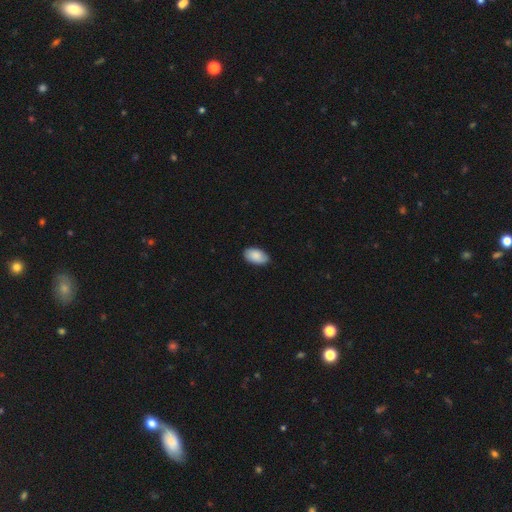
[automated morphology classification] Smooth or featured?
  - smooth: 86% *
  - featured or disk: 8%
  - star or artifact: 6%
How rounded?
  - in between: 94% *
  - round: 4%
  - cigar-shaped: 1%
Merging?
  - none: 84% *
  - minor disturbance: 13%
  - major disturbance: 2%
  - merger: 1%